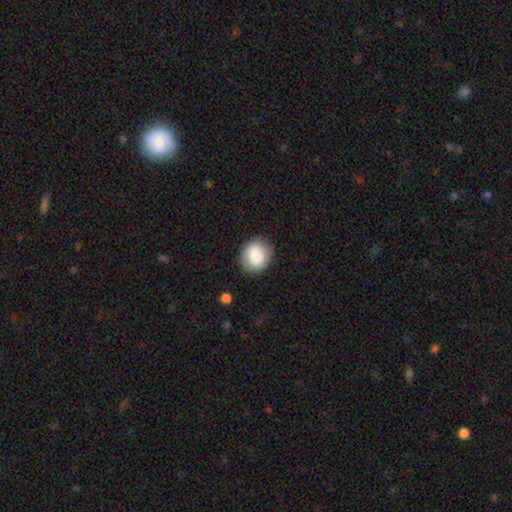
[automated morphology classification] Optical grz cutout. It shows a smooth galaxy with no disk features (85%) that is round (69%). Merging: none (85%).